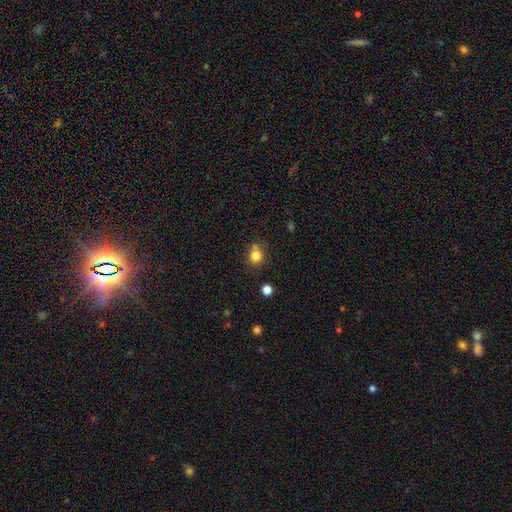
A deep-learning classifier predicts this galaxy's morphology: Smooth or featured? smooth (81%)
How rounded? round (80%)
Merging? none (66%)